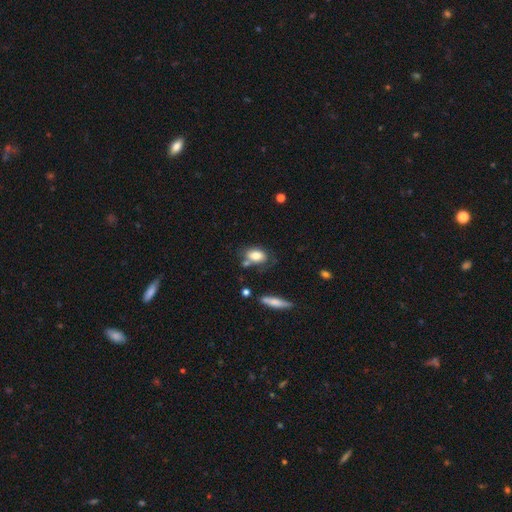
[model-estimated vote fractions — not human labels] smooth-or-featured: smooth: 79% | featured or disk: 13% | star or artifact: 8%
  how-rounded: in between: 85% | round: 11% | cigar-shaped: 3%
  merging: none: 56% | minor disturbance: 22% | merger: 15% | major disturbance: 7%